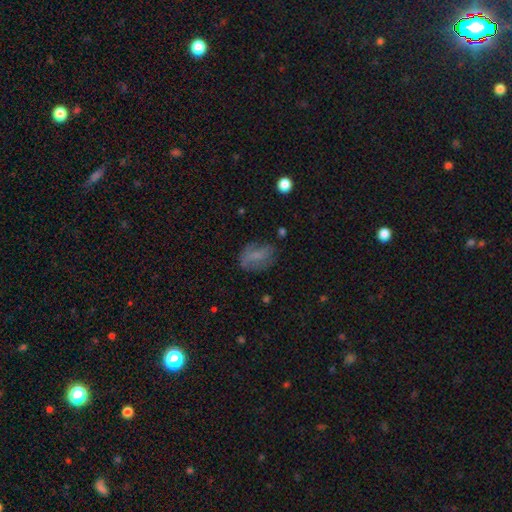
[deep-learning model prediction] A smooth galaxy with no disk features (65%) that is in between round and cigar-shaped (79%).

Vote fractions:
- Smooth or featured? smooth: 65% / featured or disk: 23% / star or artifact: 12%
- How rounded? in between: 79% / round: 18% / cigar-shaped: 4%
- Merging? none: 61% / minor disturbance: 24% / major disturbance: 13% / merger: 2%